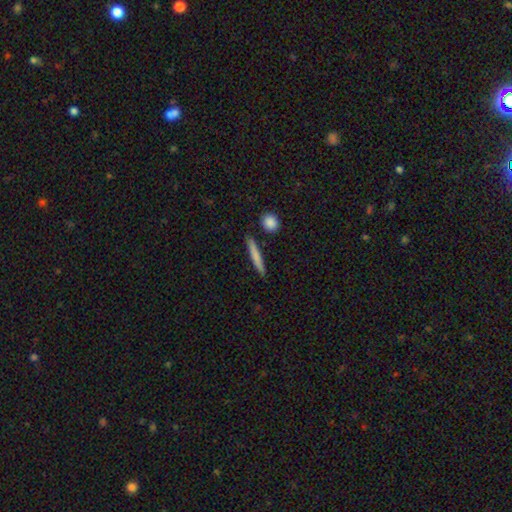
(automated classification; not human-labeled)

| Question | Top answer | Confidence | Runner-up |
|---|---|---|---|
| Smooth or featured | smooth | 74% | featured or disk (20%) |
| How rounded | cigar-shaped | 93% | in between (5%) |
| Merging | none | 87% | minor disturbance (8%) |